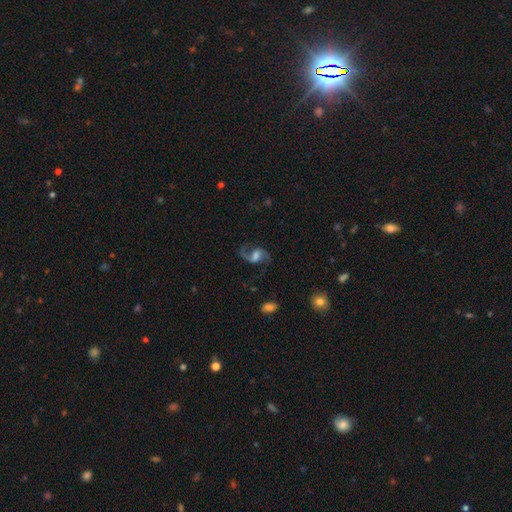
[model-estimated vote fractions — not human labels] The model was most divided on "spiral winding": loose: 56%, medium: 38%, tight: 6%. Remaining: edge-on disk — no (98%); spiral arms — yes (96%); spiral arm count — 2 (91%); smooth or featured — featured or disk (87%); merging — none (73%); bar — weak (51%); bulge size — moderate (44%).